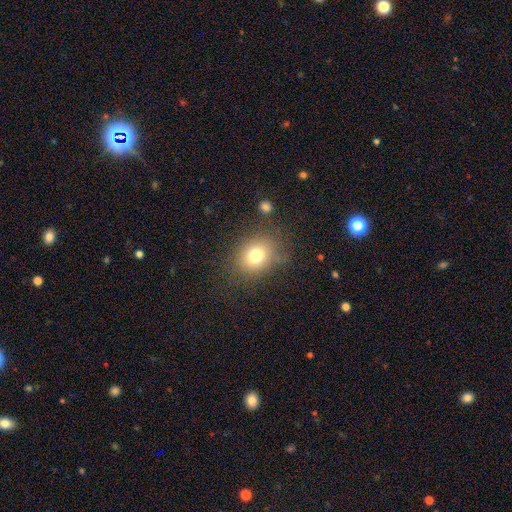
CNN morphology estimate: Q: Smooth or featured?
A: smooth (76%); runner-up: star or artifact (13%)
Q: How rounded?
A: round (56%); runner-up: in between (43%)
Q: Merging?
A: none (78%); runner-up: minor disturbance (13%)